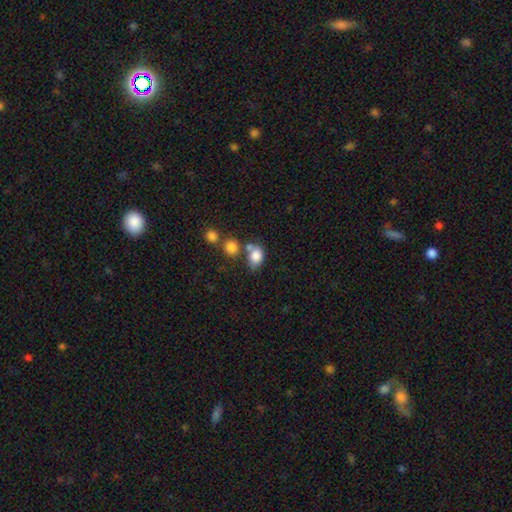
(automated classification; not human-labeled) The model was most divided on "merging": none: 44%, merger: 32%, minor disturbance: 17%, major disturbance: 8%. More confident: smooth or featured — smooth (81%); how rounded — in between (67%).